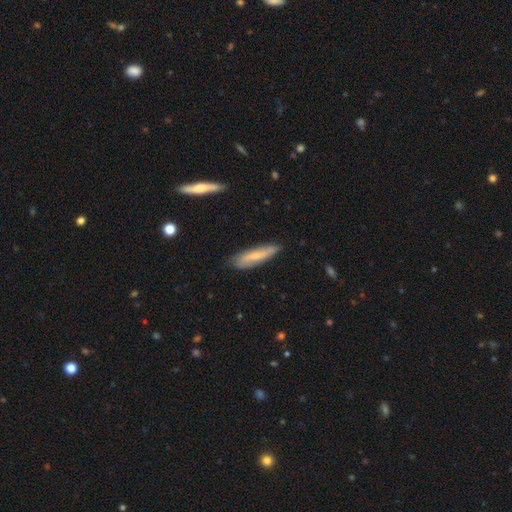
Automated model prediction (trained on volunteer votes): The model was most divided on "smooth or featured": smooth: 59%, featured or disk: 34%, star or artifact: 7%. More confident: merging — none (78%); how rounded — cigar-shaped (72%).